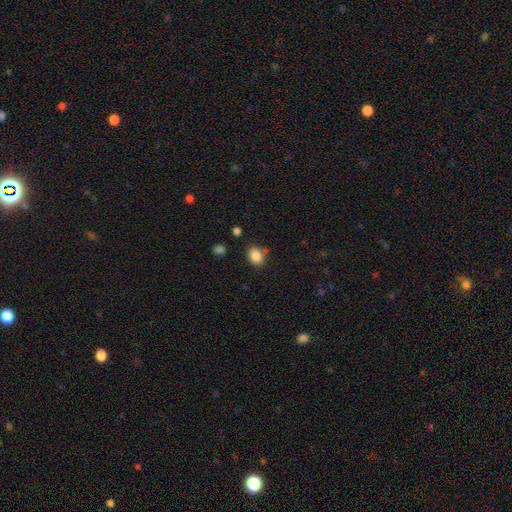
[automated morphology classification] This appears to be a smooth galaxy with no disk features (86%) that is in between round and cigar-shaped (54%). Merging: none (78%).